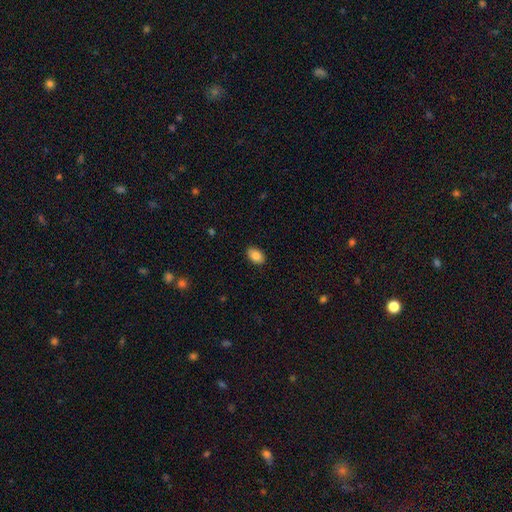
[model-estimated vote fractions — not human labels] Smooth or featured?
  - smooth: 86% *
  - star or artifact: 7%
  - featured or disk: 7%
How rounded?
  - in between: 90% *
  - round: 9%
  - cigar-shaped: 1%
Merging?
  - none: 88% *
  - minor disturbance: 9%
  - major disturbance: 2%
  - merger: 1%